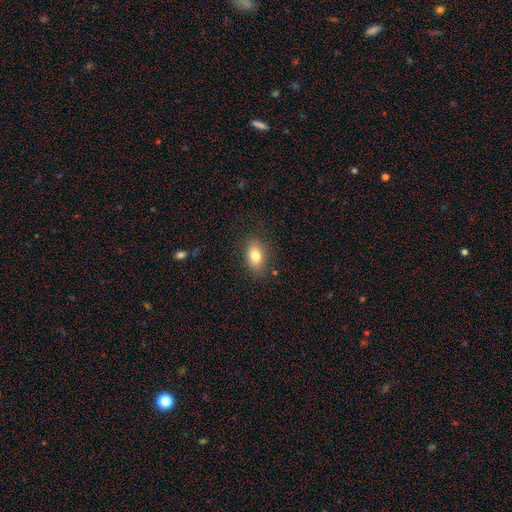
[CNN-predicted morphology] Smooth or featured? smooth (79%)
How rounded? in between (84%)
Merging? none (84%)